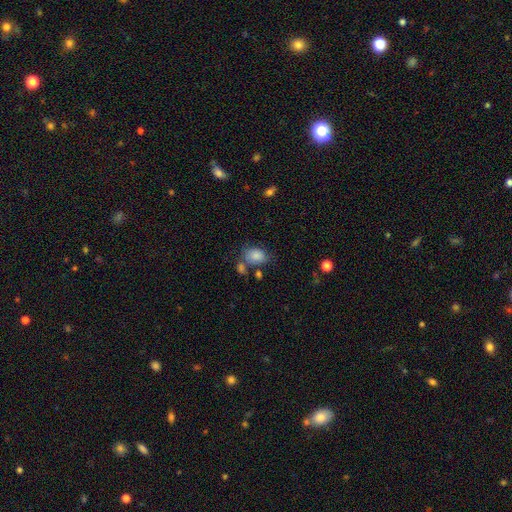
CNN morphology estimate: Smooth or featured? smooth (83%)
How rounded? in between (73%)
Merging? none (55%)